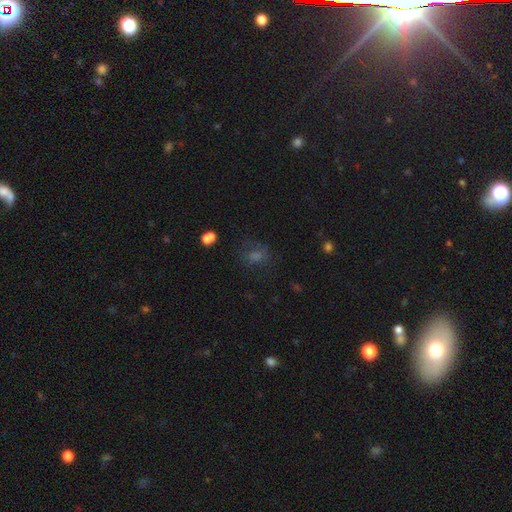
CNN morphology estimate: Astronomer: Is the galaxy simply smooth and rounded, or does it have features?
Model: smooth — 51% (runner-up: star or artifact, 33%).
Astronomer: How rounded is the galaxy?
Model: round — 51% (runner-up: in between, 47%).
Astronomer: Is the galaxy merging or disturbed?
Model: none — 67%.